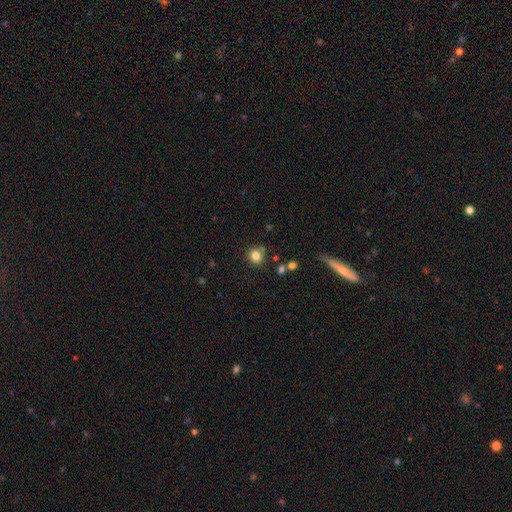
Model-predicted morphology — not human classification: smooth_or_featured: smooth (p=0.81) [alt: star or artifact p=0.13]
how_rounded: round (p=0.89) [alt: in between p=0.10]
merging: none (p=0.81) [alt: minor disturbance p=0.10]